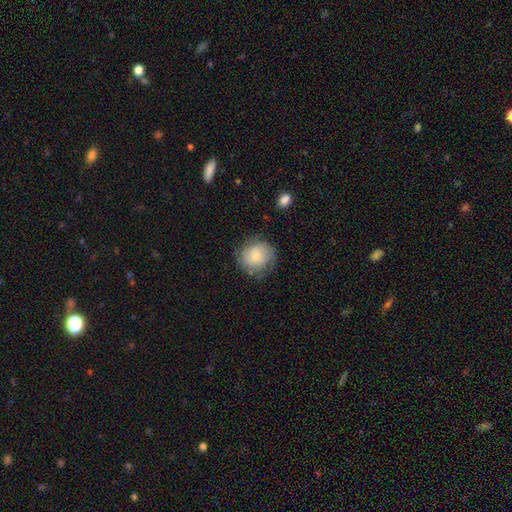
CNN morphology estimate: Q: Smooth or featured?
A: smooth (67%); runner-up: featured or disk (26%)
Q: How rounded?
A: round (86%); runner-up: in between (13%)
Q: Merging?
A: none (70%); runner-up: minor disturbance (21%)